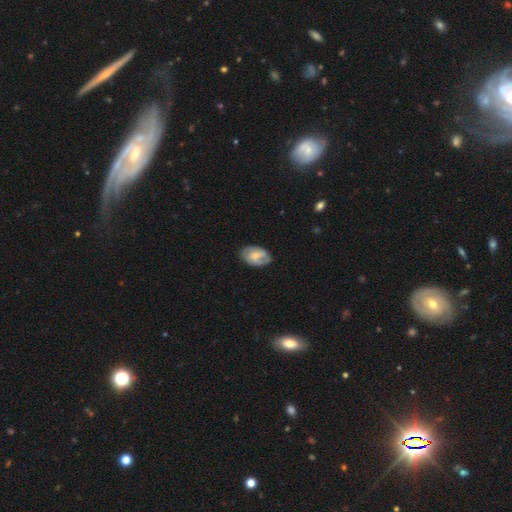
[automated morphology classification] featured or disk 61%, smooth 33%, star or artifact 6%. Down the decision tree: edge-on disk — no (96%); bar — no (54%); spiral arms — yes (85%); bulge size — small (55%); merging — none (72%).